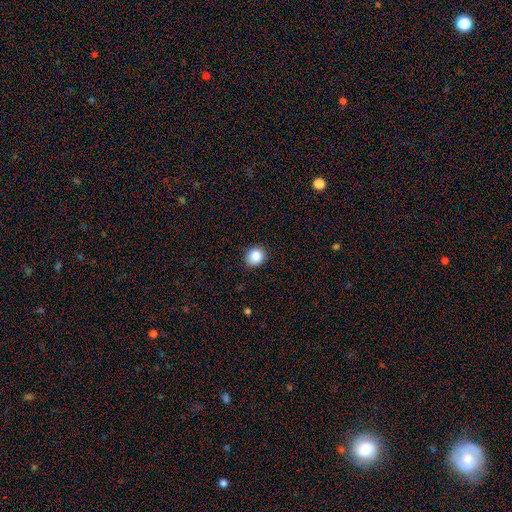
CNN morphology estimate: type=smooth (86%); roundness=round (82%); merging=none (89%).